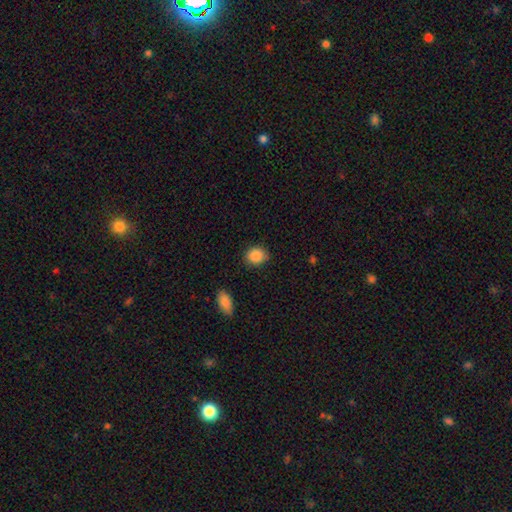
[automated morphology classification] A smooth galaxy with no disk features (88%) that is round (65%).

Vote fractions:
- Smooth or featured? smooth: 88% / star or artifact: 8% / featured or disk: 4%
- How rounded? round: 65% / in between: 34% / cigar-shaped: 1%
- Merging? none: 82% / minor disturbance: 13% / major disturbance: 3% / merger: 2%